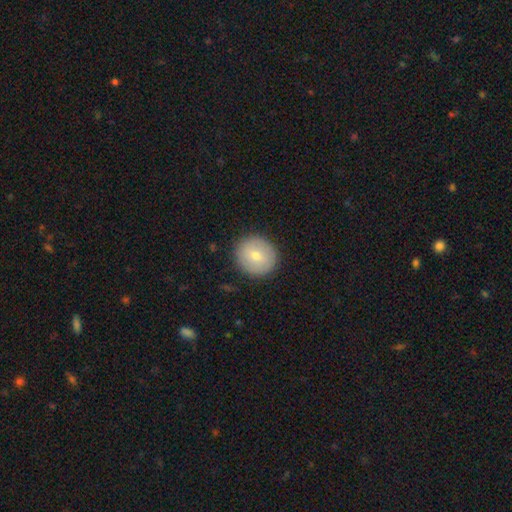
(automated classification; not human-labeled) A smooth galaxy with no disk features (67%) that is round (90%).

Vote fractions:
- Smooth or featured? smooth: 67% / featured or disk: 24% / star or artifact: 8%
- How rounded? round: 90% / in between: 9% / cigar-shaped: 1%
- Merging? none: 90% / minor disturbance: 7% / major disturbance: 2% / merger: 1%